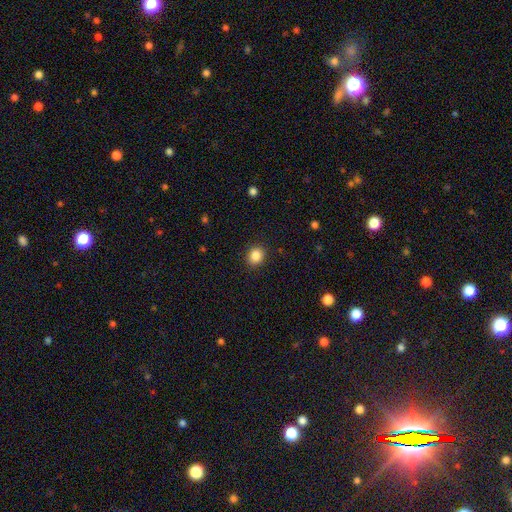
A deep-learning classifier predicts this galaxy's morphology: Smooth or featured?
  - smooth: 86% *
  - star or artifact: 10%
  - featured or disk: 4%
How rounded?
  - round: 81% *
  - in between: 18%
  - cigar-shaped: 1%
Merging?
  - none: 91% *
  - minor disturbance: 6%
  - major disturbance: 2%
  - merger: 1%